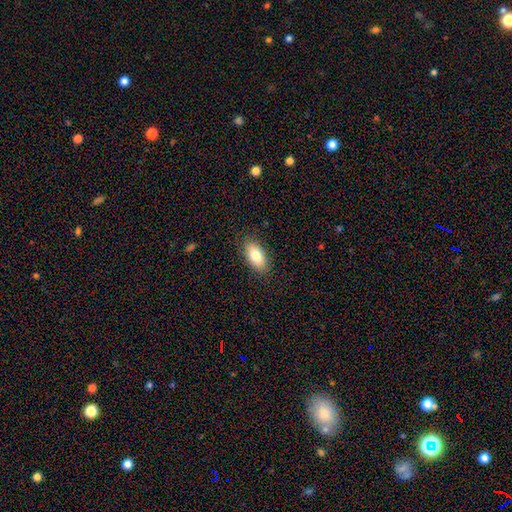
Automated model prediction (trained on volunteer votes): The model was most divided on "smooth or featured": smooth: 79%, featured or disk: 14%, star or artifact: 7%. More confident: how rounded — in between (91%); merging — none (87%).